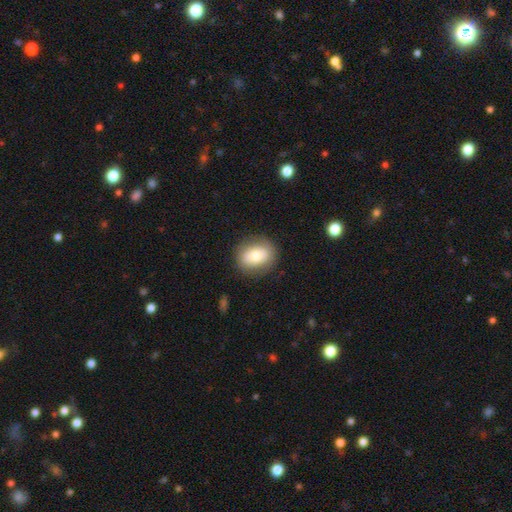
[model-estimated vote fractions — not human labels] Morphology: type=smooth (72%); roundness=in between (59%); merging=none (84%).